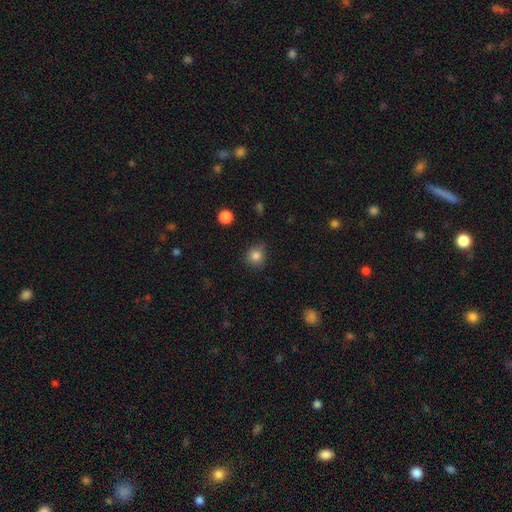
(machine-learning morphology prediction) The model was most divided on "merging": none: 79%, minor disturbance: 17%, major disturbance: 3%, merger: 1%. More confident: how rounded — round (87%); smooth or featured — smooth (83%).